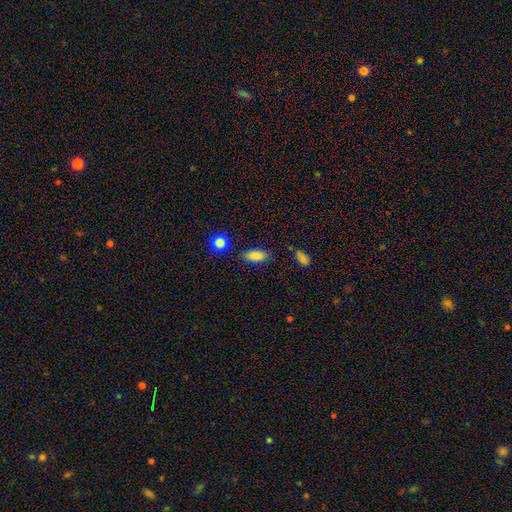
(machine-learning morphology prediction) smooth 86%, star or artifact 9%, featured or disk 5%. Down the decision tree: how rounded — in between (83%); merging — none (85%).